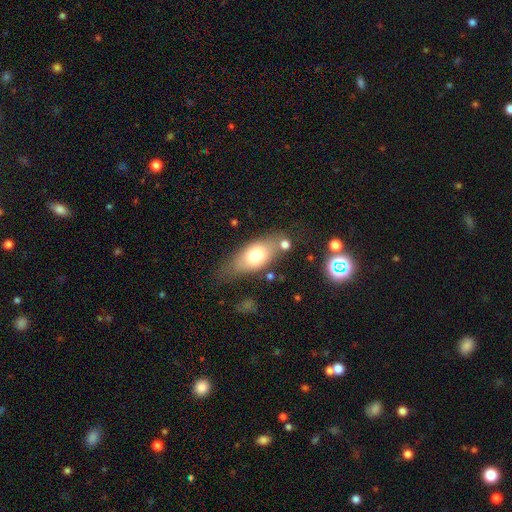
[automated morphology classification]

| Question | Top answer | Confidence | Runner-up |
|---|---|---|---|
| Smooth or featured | smooth | 70% | featured or disk (23%) |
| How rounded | in between | 81% | cigar-shaped (12%) |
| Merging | none | 61% | minor disturbance (21%) |